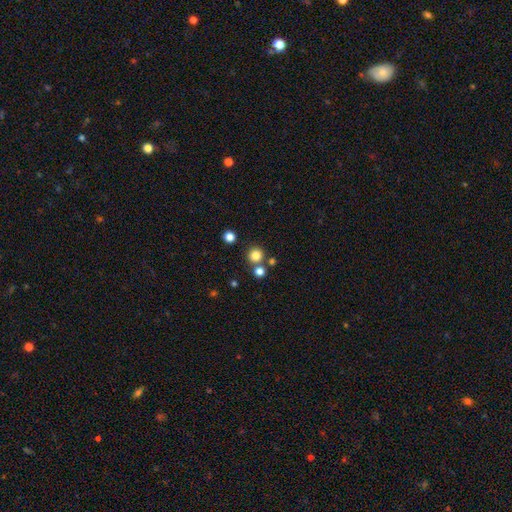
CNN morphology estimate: The model was most divided on "merging": none: 74%, merger: 16%, minor disturbance: 6%, major disturbance: 3%. More confident: how rounded — round (93%); smooth or featured — smooth (81%).